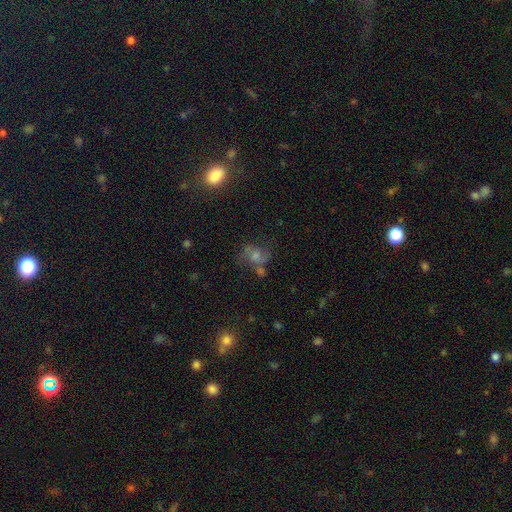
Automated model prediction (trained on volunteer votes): The model was most divided on "smooth or featured": featured or disk: 46%, smooth: 30%, star or artifact: 24%. More confident: merging — none (56%).